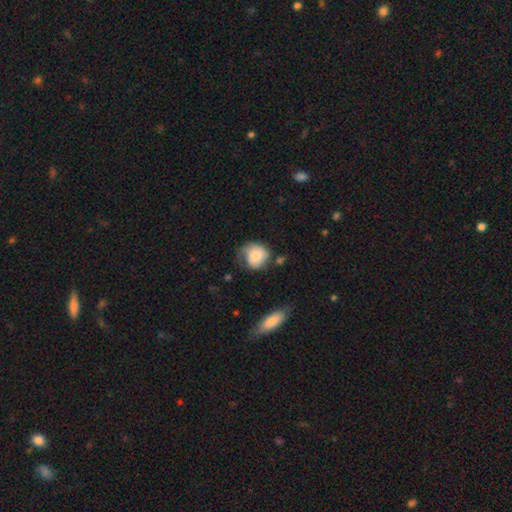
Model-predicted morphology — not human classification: type=smooth (70%); roundness=round (70%); merging=none (37%).